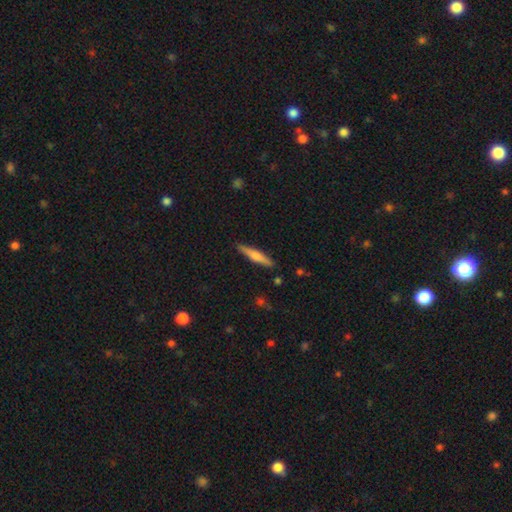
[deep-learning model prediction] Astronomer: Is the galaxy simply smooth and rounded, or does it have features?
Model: featured or disk — 48% (runner-up: smooth, 46%).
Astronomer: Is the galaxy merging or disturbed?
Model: none — 90%.